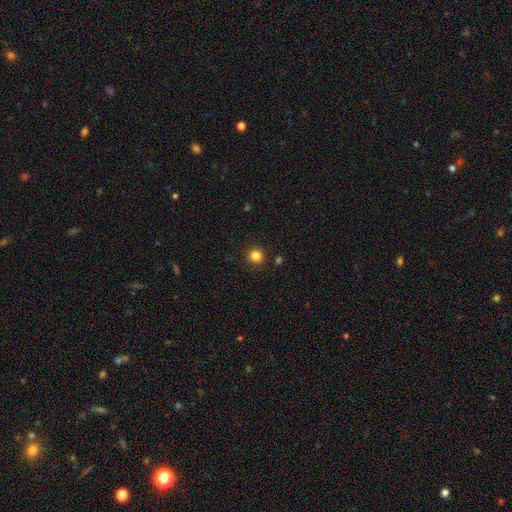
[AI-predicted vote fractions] Smooth or featured? smooth (83%)
How rounded? round (94%)
Merging? none (90%)